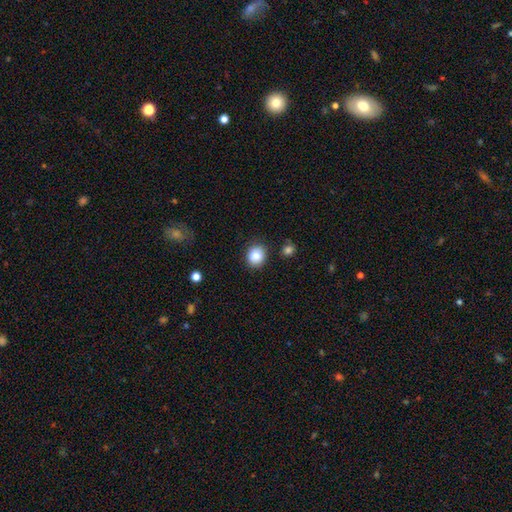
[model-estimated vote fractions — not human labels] Smooth or featured? smooth (84%)
How rounded? round (70%)
Merging? none (86%)